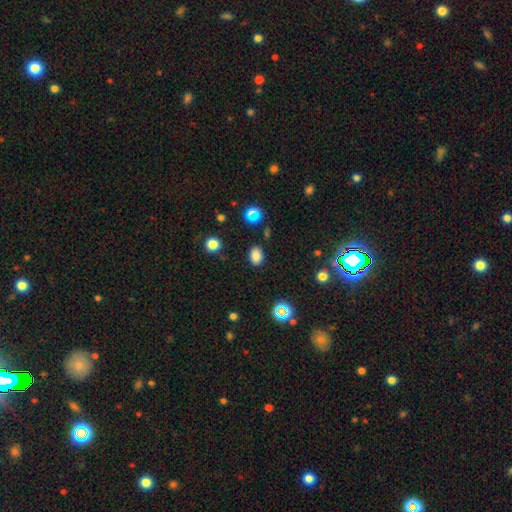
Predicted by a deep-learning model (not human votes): smooth-or-featured: smooth: 81% | star or artifact: 14% | featured or disk: 5%
  how-rounded: in between: 77% | round: 22% | cigar-shaped: 1%
  merging: none: 85% | minor disturbance: 10% | major disturbance: 3% | merger: 3%